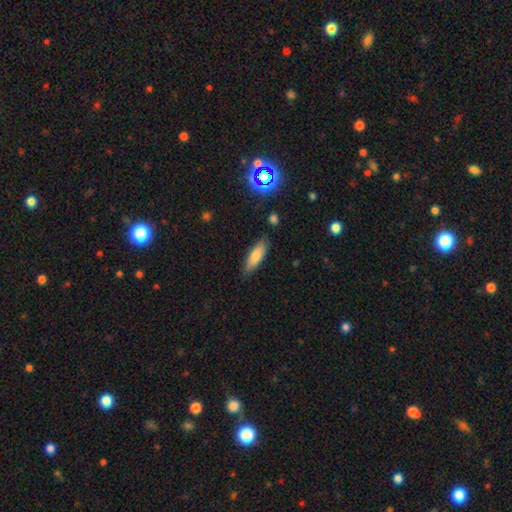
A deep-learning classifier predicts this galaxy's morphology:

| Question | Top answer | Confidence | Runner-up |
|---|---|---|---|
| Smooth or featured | smooth | 77% | featured or disk (15%) |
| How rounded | in between | 54% | cigar-shaped (44%) |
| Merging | none | 81% | minor disturbance (14%) |